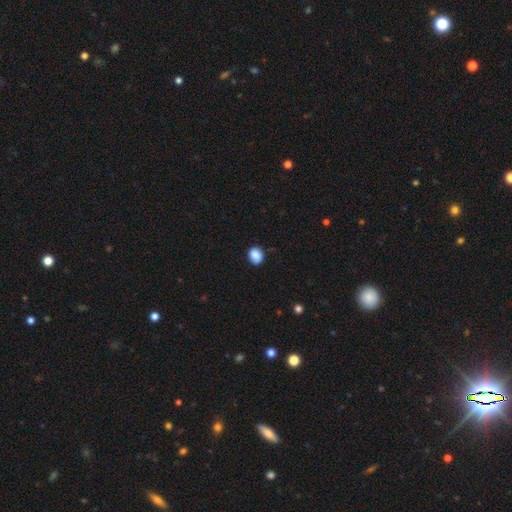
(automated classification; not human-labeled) A smooth galaxy with no disk features (87%) that is round (61%). Merging: none (81%).